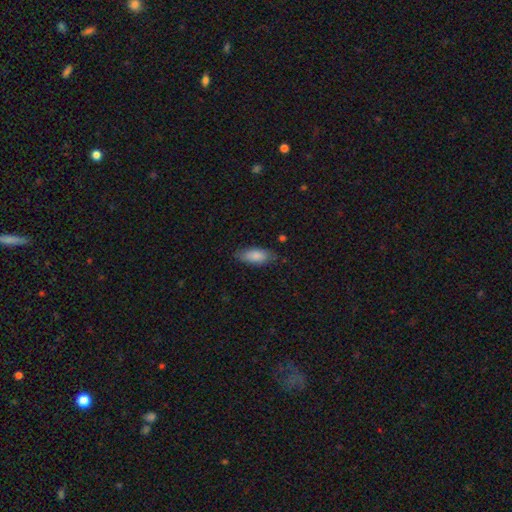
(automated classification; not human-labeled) Overall: smooth (85%). How rounded: in between (83%). Merging: none (78%).